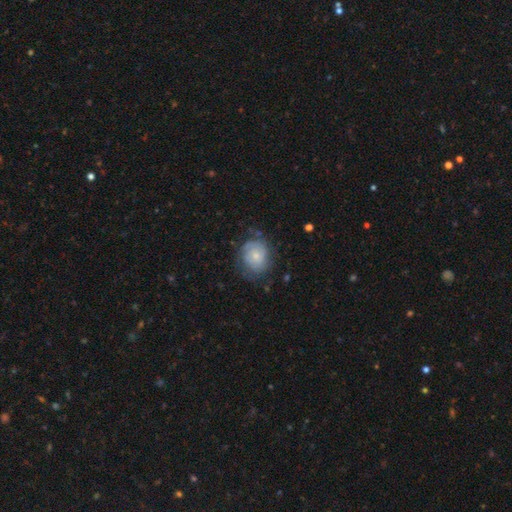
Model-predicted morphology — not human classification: Smooth or featured? featured or disk (48%)
Merging? none (62%)